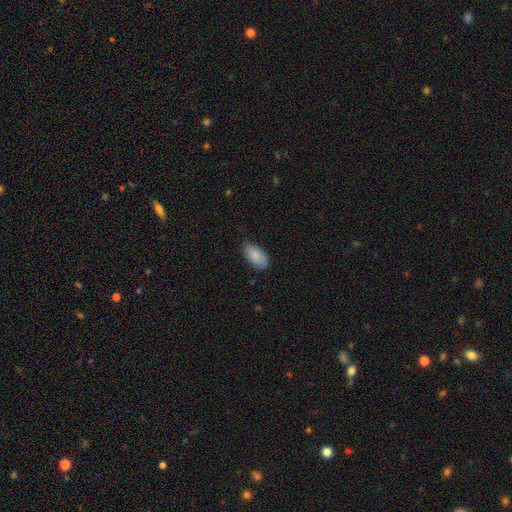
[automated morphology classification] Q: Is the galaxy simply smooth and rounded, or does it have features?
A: smooth — 87%.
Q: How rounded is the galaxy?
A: in between — 94%.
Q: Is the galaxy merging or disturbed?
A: none — 74%.